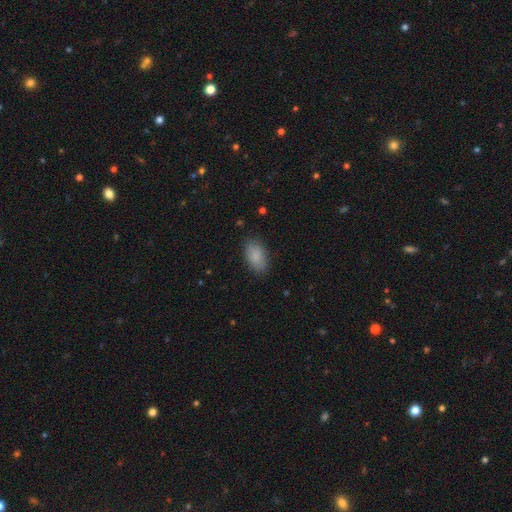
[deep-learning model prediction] smooth-or-featured: smooth: 87% | star or artifact: 7% | featured or disk: 6%
  how-rounded: in between: 93% | round: 5% | cigar-shaped: 2%
  merging: none: 83% | minor disturbance: 13% | major disturbance: 3% | merger: 1%